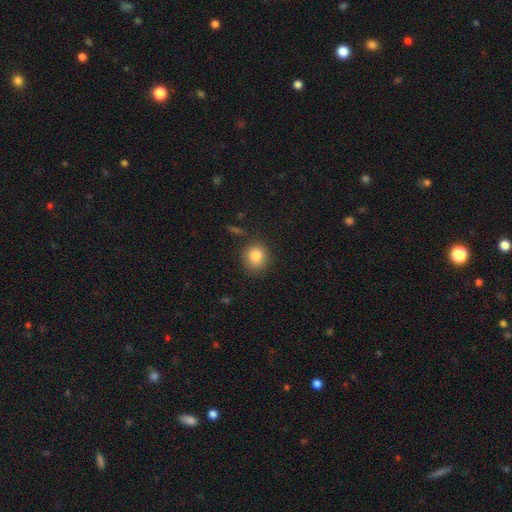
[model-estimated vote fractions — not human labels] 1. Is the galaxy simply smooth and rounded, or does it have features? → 84% smooth, 9% star or artifact, 6% featured or disk.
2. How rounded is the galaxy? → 75% round, 24% in between, 1% cigar-shaped.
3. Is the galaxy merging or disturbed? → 81% none, 13% minor disturbance, 3% major disturbance, 3% merger.